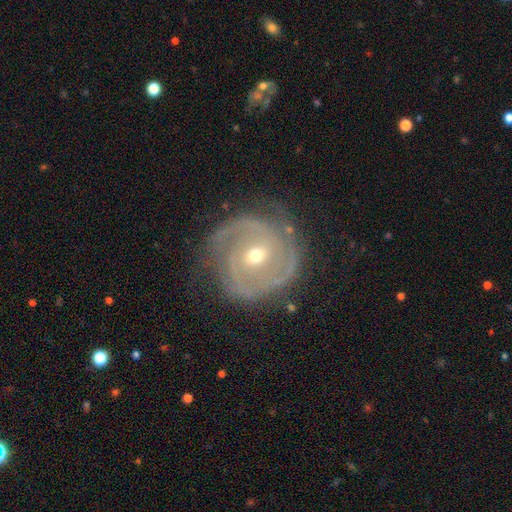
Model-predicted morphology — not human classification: The model was most divided on "bulge size": small: 53%, moderate: 44%, large: 1%, none: 1%, dominant: 1%. More confident: edge-on disk — no (97%); spiral arms — yes (95%); smooth or featured — featured or disk (87%); merging — none (72%); spiral winding — tight (63%); bar — no (57%); spiral arm count — 2 (54%).